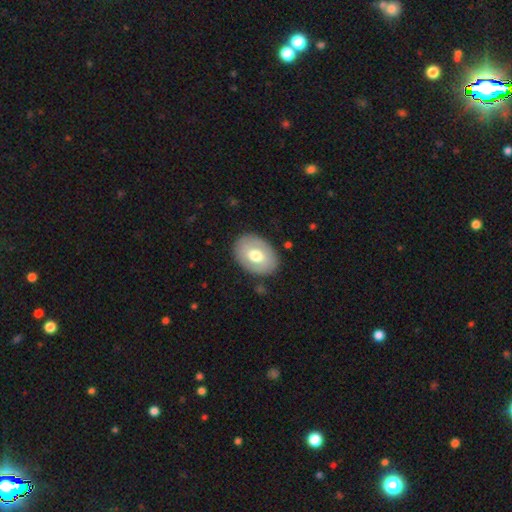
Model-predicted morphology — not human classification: A smooth galaxy with no disk features (60%) that is in between round and cigar-shaped (76%). Merging: none (85%).